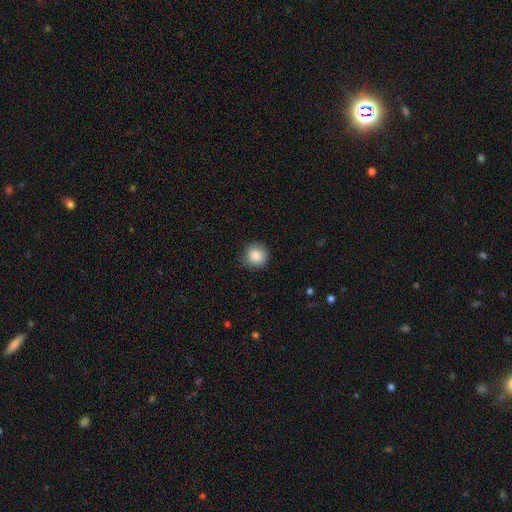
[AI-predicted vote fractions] smooth-or-featured: smooth: 87% | star or artifact: 9% | featured or disk: 4%
  how-rounded: round: 91% | in between: 8% | cigar-shaped: 1%
  merging: none: 80% | minor disturbance: 16% | major disturbance: 3% | merger: 1%